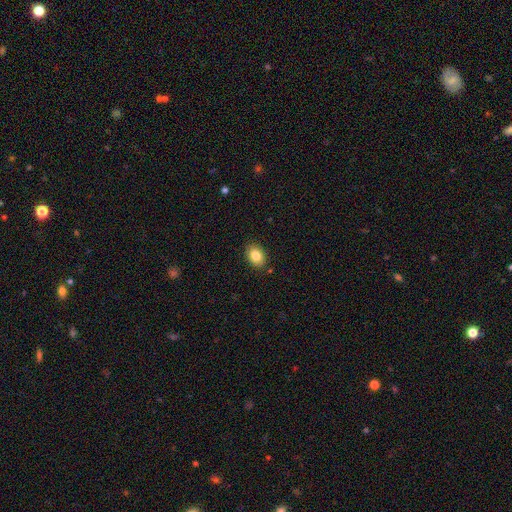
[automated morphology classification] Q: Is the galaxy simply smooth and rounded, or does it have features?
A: smooth — 85%.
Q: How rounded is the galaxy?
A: in between — 75%.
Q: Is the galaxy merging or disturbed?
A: none — 87%.